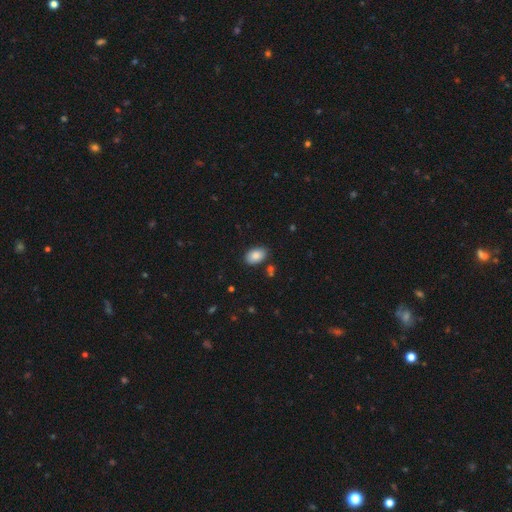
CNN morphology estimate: Smooth or featured? Predicted: smooth (p=0.86). How rounded? Predicted: in between (p=0.90). Merging? Predicted: none (p=0.83).